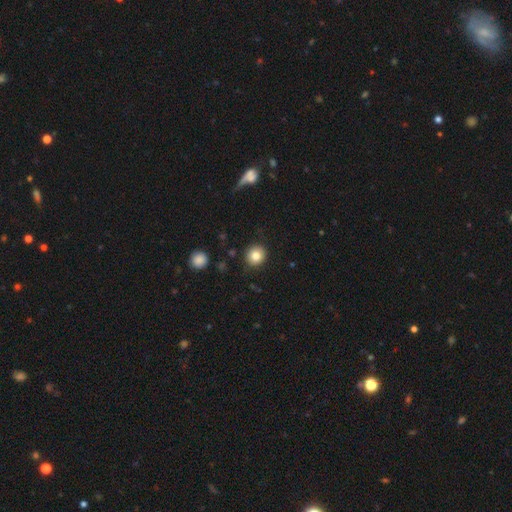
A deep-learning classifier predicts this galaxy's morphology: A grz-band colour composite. It shows a smooth galaxy with no disk features (84%) that is round (90%). Merging: none (89%).